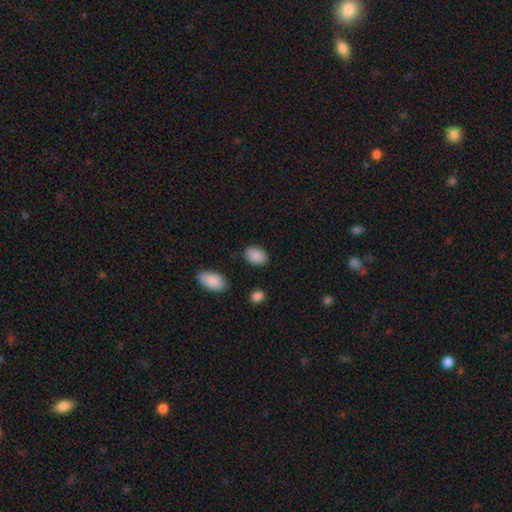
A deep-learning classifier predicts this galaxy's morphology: This is clearly a smooth galaxy (89%). How rounded: clearly in between (84%). Merging: clearly none (84%).